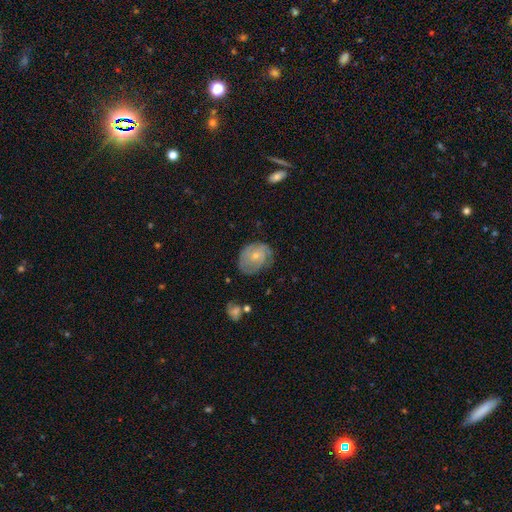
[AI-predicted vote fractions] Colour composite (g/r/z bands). It shows a featured or disk galaxy (53%) with no bar (75%), spiral arms (74%) and a small central bulge (61%). Merging: none (59%).